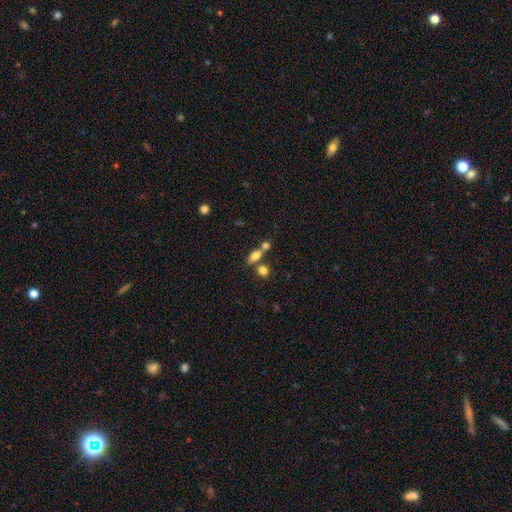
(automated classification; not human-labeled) Overall: smooth (70%). How rounded: in between (67%). Merging: none (50%; merger 34%).